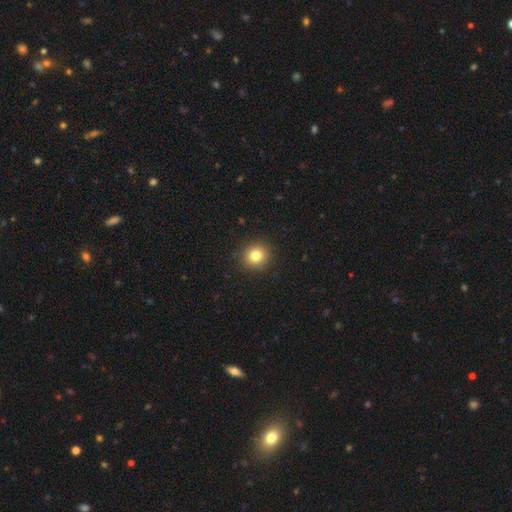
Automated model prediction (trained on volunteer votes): Smooth or featured? Predicted: smooth (p=0.81). How rounded? Predicted: round (p=0.86). Merging? Predicted: none (p=0.91).